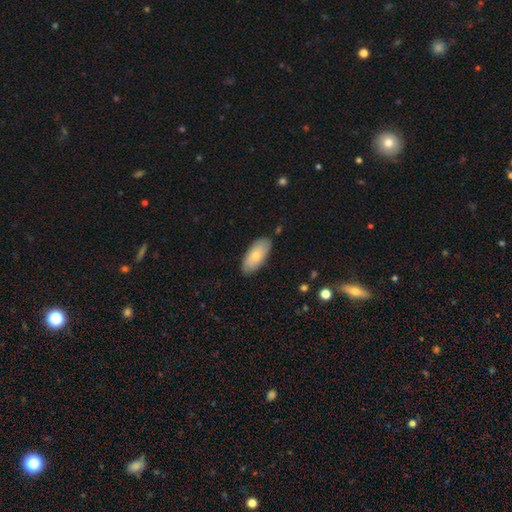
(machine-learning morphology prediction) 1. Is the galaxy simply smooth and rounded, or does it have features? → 72% smooth, 23% featured or disk, 6% star or artifact.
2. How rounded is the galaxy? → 90% in between, 8% cigar-shaped, 2% round.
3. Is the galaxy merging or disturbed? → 84% none, 13% minor disturbance, 2% major disturbance, 1% merger.